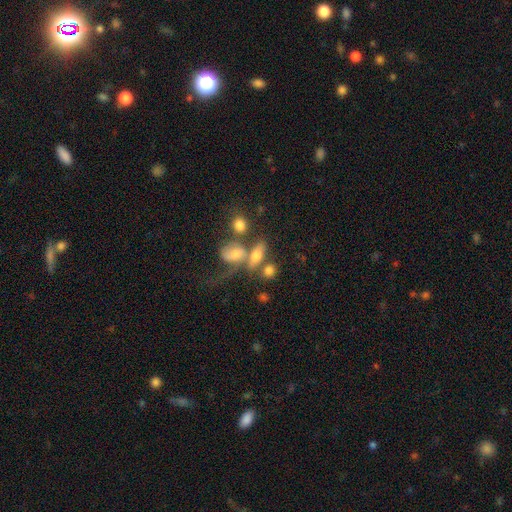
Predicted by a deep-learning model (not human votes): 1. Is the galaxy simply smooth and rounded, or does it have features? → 57% smooth, 31% featured or disk, 12% star or artifact.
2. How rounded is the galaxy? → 72% in between, 15% round, 13% cigar-shaped.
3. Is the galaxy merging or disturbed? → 42% merger, 32% none, 14% major disturbance, 12% minor disturbance.